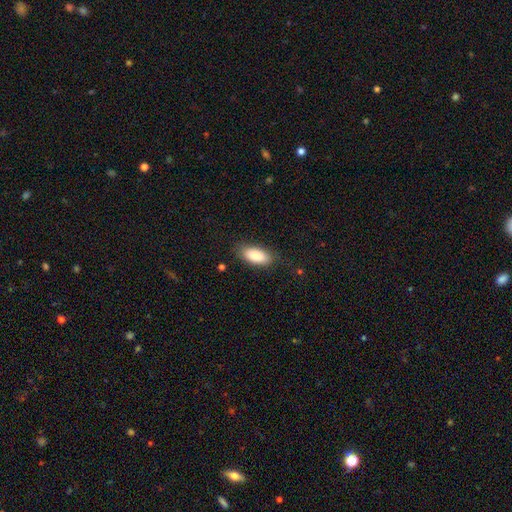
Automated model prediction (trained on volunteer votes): This is clearly a smooth galaxy (85%). How rounded: clearly in between (89%). Merging: clearly none (81%).